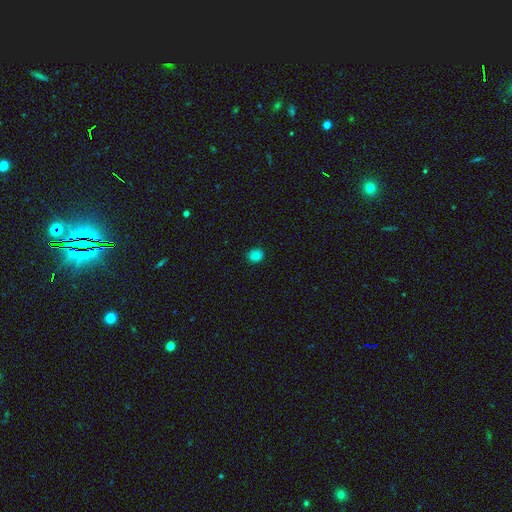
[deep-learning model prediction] This is clearly a smooth galaxy (82%). How rounded: likely round (76%). Merging: clearly none (89%).